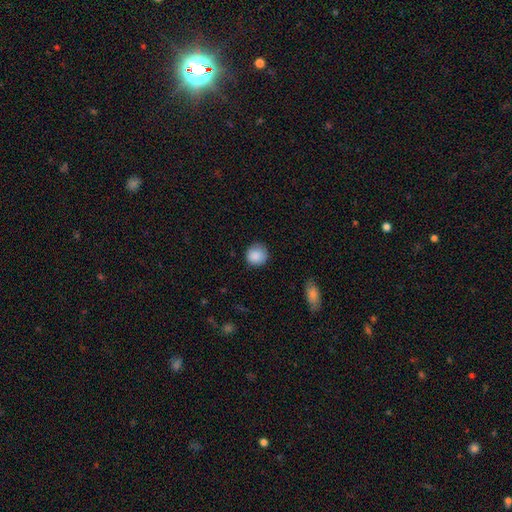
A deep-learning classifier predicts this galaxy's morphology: The model was most divided on "merging": none: 82%, minor disturbance: 14%, major disturbance: 3%, merger: 1%. More confident: how rounded — round (90%); smooth or featured — smooth (89%).